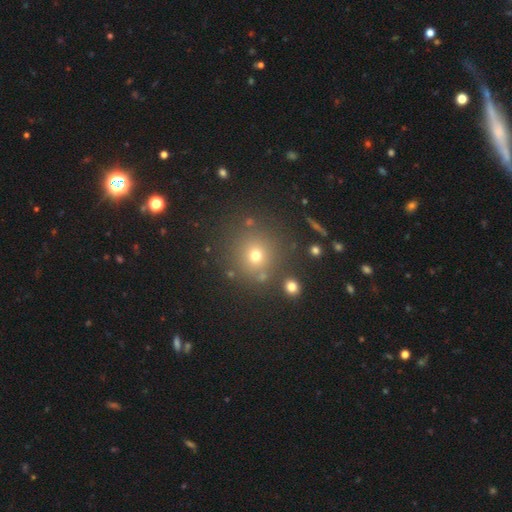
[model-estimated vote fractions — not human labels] This appears to be a smooth galaxy with no disk features (68%) that is round (91%). Merging: none (82%).